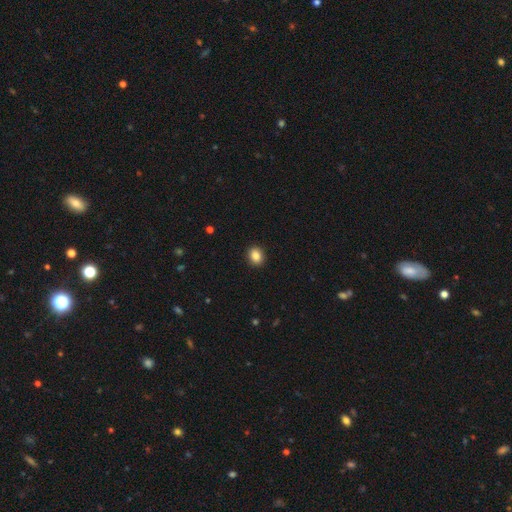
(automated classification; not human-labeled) Smooth or featured: smooth — 86% (star or artifact — 9%)
How rounded: round — 56% (in between — 43%)
Merging: none — 92% (minor disturbance — 6%)